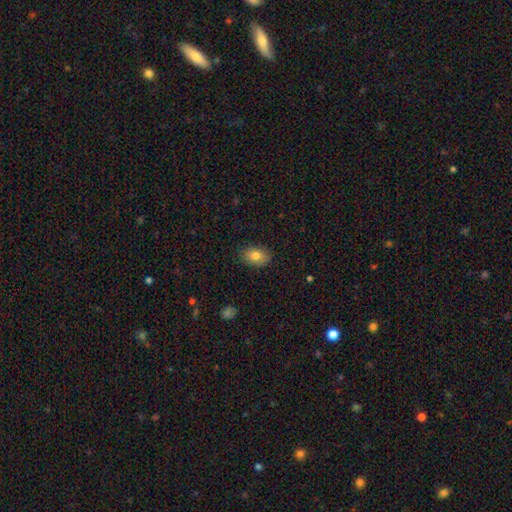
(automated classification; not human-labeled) Smooth or featured: smooth — 81% (featured or disk — 11%)
How rounded: in between — 83% (round — 16%)
Merging: none — 87% (minor disturbance — 10%)